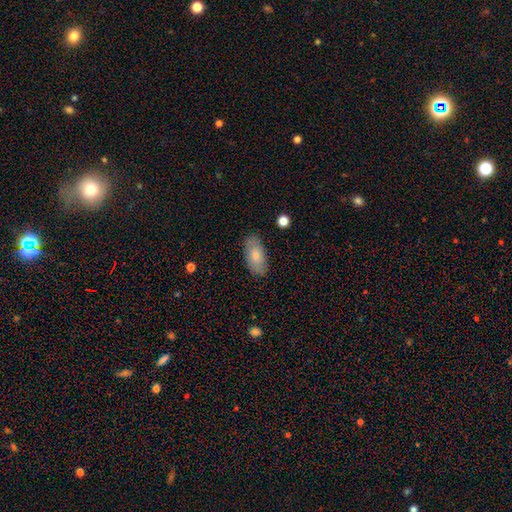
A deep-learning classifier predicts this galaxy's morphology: type=smooth (75%); roundness=in between (92%); merging=none (84%).